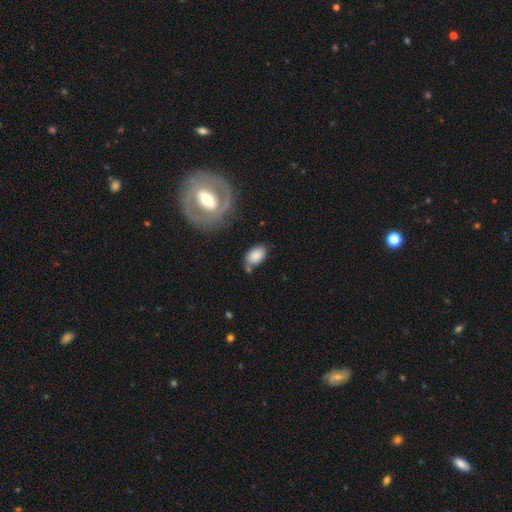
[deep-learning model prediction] Q: Smooth or featured?
A: smooth (81%); runner-up: featured or disk (11%)
Q: How rounded?
A: in between (90%); runner-up: round (8%)
Q: Merging?
A: none (63%); runner-up: minor disturbance (22%)